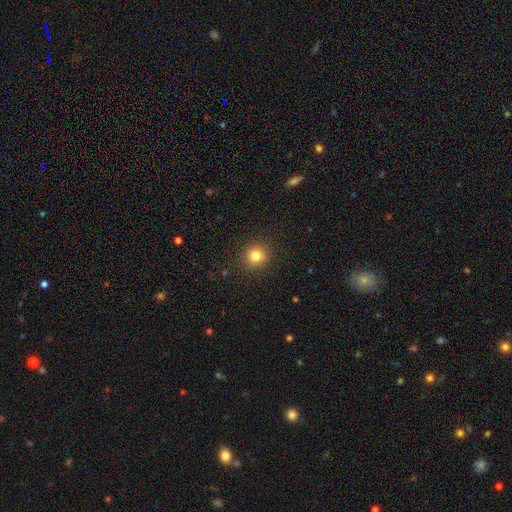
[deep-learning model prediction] A smooth galaxy with no disk features (81%) that is round (91%). Merging: none (90%).